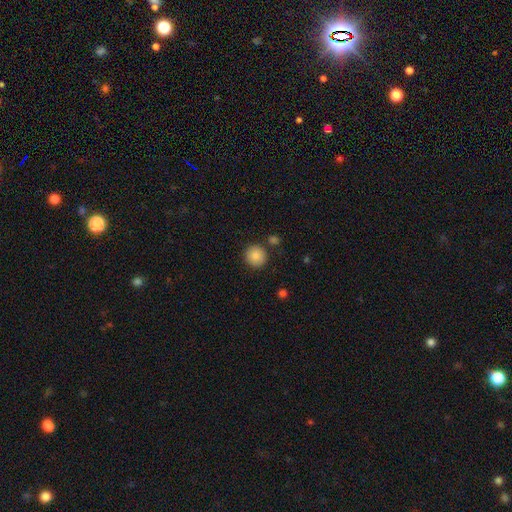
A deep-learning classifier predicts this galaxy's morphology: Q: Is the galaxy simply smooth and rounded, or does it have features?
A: smooth — 86%.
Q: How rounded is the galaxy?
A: round — 93%.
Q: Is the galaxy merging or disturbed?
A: none — 86%.